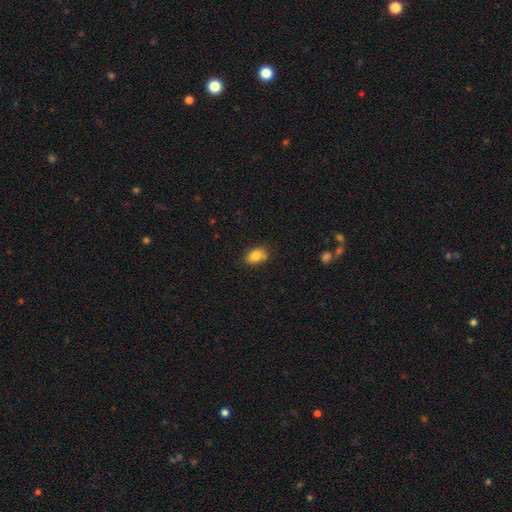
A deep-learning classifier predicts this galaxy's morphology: type=smooth (84%); roundness=in between (84%); merging=none (72%).